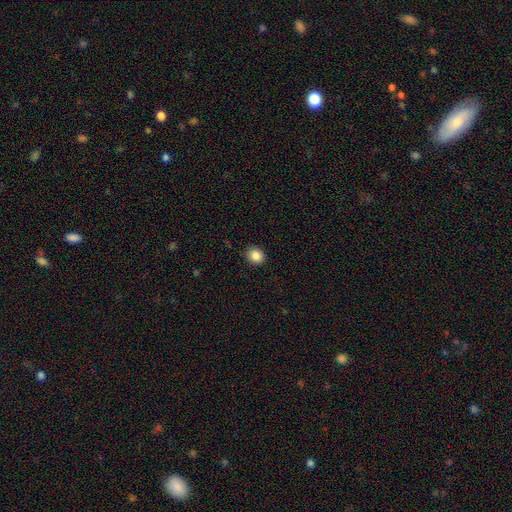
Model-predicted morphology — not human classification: This appears to be a smooth galaxy with no disk features (86%) that is round (71%). Merging: none (90%).